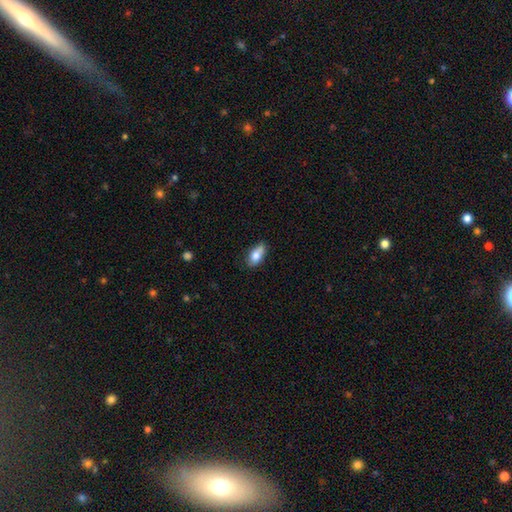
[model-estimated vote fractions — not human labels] Smooth or featured?
  - smooth: 78% *
  - featured or disk: 14%
  - star or artifact: 8%
How rounded?
  - in between: 87% *
  - cigar-shaped: 7%
  - round: 6%
Merging?
  - none: 58% *
  - minor disturbance: 30%
  - merger: 7%
  - major disturbance: 6%